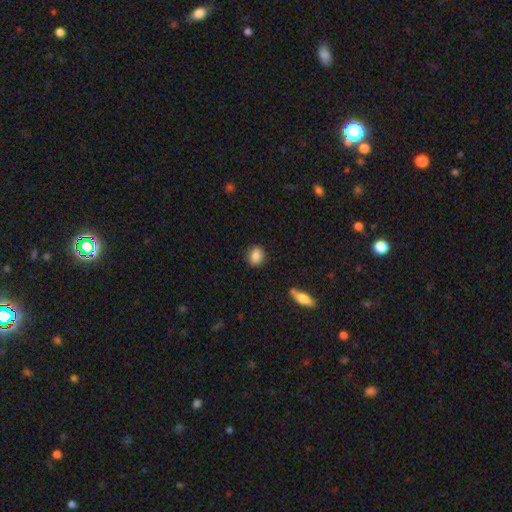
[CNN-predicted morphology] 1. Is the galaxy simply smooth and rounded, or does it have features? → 86% smooth, 8% star or artifact, 6% featured or disk.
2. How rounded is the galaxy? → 60% round, 38% in between, 2% cigar-shaped.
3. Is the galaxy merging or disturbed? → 88% none, 8% minor disturbance, 2% major disturbance, 2% merger.